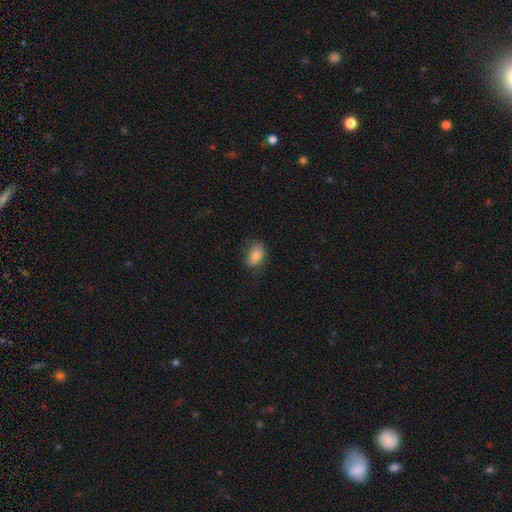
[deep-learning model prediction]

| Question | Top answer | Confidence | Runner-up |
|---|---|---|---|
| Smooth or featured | smooth | 80% | featured or disk (11%) |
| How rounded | in between | 82% | round (16%) |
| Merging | none | 66% | minor disturbance (25%) |